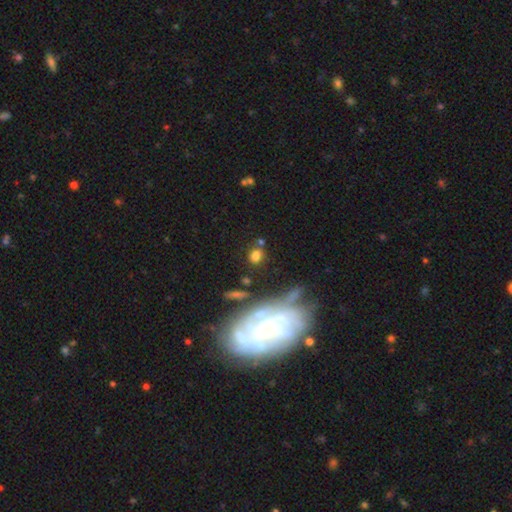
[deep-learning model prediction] This is likely a smooth galaxy (67%). How rounded: likely round (62%). Merging: likely none (68%).